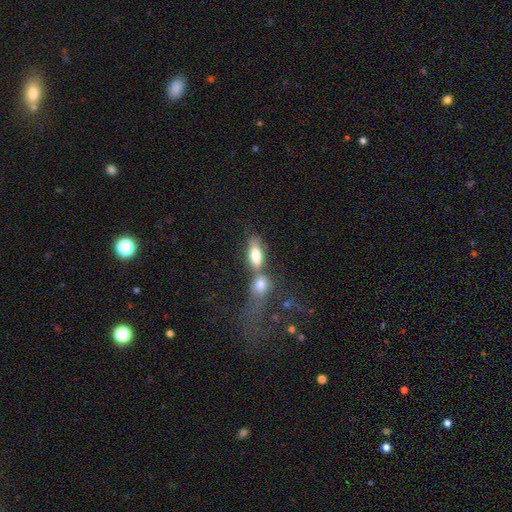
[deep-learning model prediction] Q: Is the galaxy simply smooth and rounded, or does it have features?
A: smooth — 73%.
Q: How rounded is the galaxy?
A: in between — 80%.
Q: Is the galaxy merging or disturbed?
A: merger — 53%.